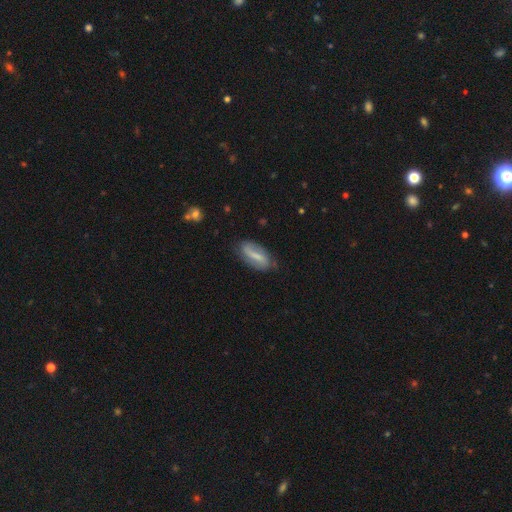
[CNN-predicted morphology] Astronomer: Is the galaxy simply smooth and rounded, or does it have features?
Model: featured or disk — 47% (runner-up: smooth, 46%).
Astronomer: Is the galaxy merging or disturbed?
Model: none — 75%.